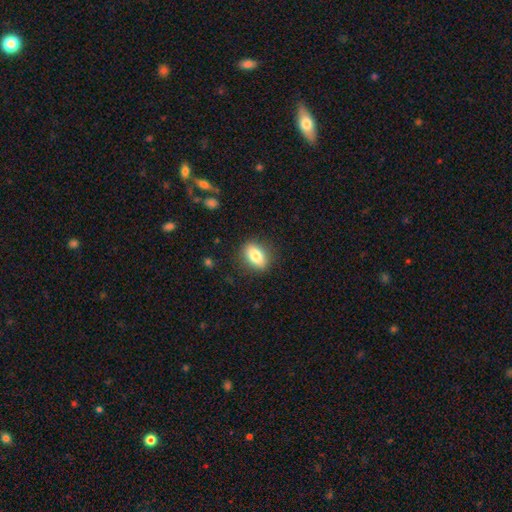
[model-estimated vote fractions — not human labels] smooth_or_featured: smooth (p=0.81) [alt: featured or disk p=0.11]
how_rounded: in between (p=0.80) [alt: round p=0.17]
merging: none (p=0.86) [alt: minor disturbance p=0.10]